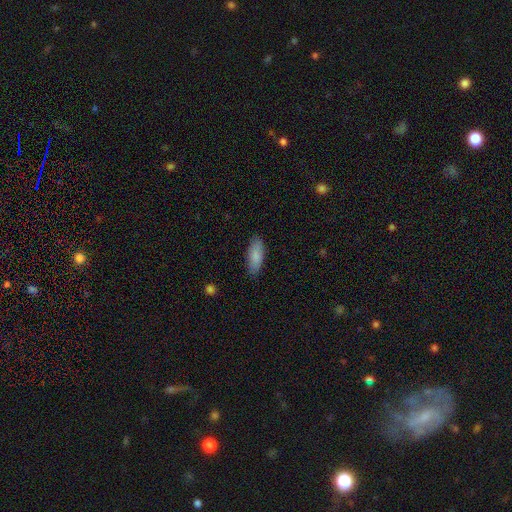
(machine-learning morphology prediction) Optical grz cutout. It shows a smooth galaxy with no disk features (87%) that is in between round and cigar-shaped (77%). Merging: none (85%).